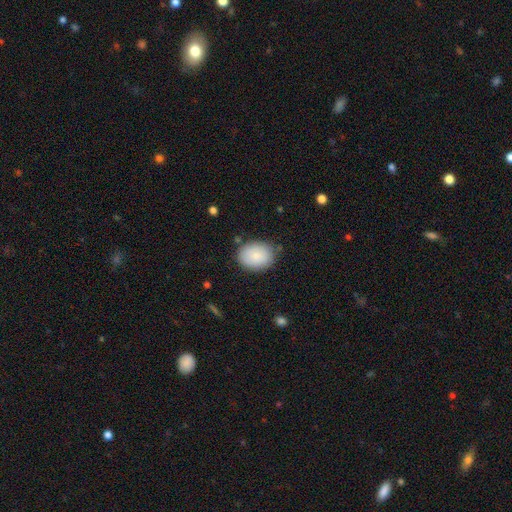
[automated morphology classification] This is clearly a smooth galaxy (84%). How rounded: likely in between (65%). Merging: clearly none (81%).